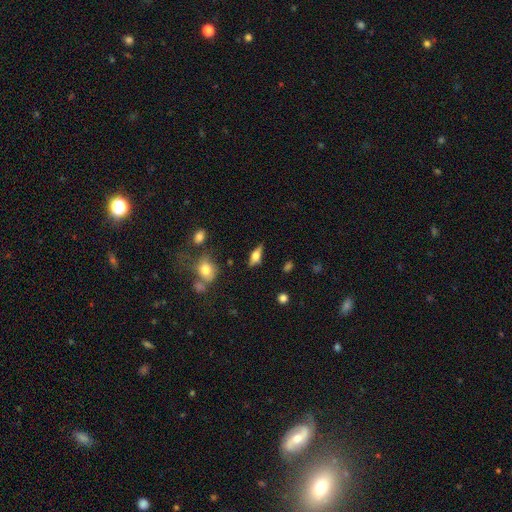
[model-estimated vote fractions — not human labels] Overall: featured or disk (51%; smooth 41%). Edge-on disk: yes (91%). Merging: none (80%).